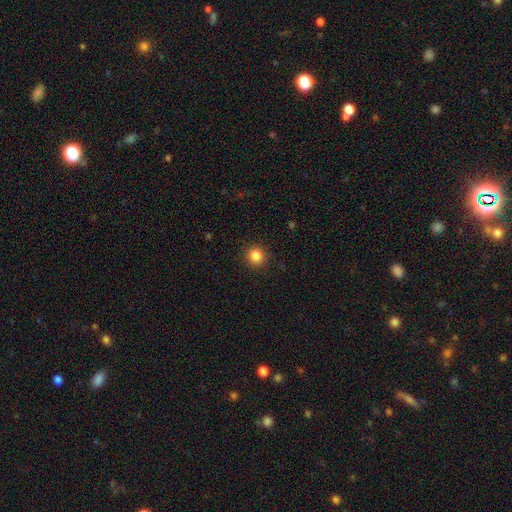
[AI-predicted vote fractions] Smooth or featured? Predicted: smooth (p=0.84). How rounded? Predicted: round (p=0.93). Merging? Predicted: none (p=0.91).